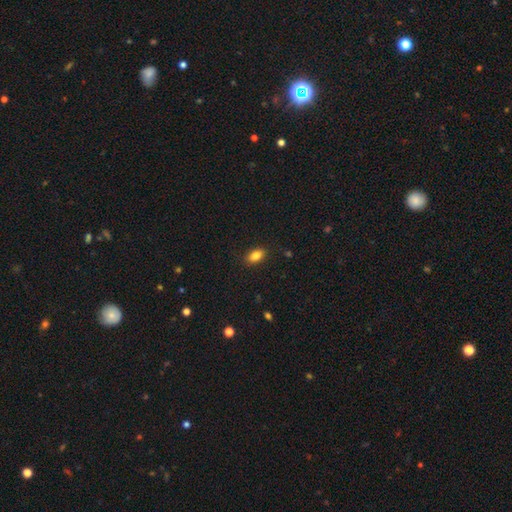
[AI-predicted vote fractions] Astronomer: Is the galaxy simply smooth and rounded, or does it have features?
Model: smooth — 84%.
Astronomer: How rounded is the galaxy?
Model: in between — 88%.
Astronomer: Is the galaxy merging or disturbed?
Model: none — 87%.